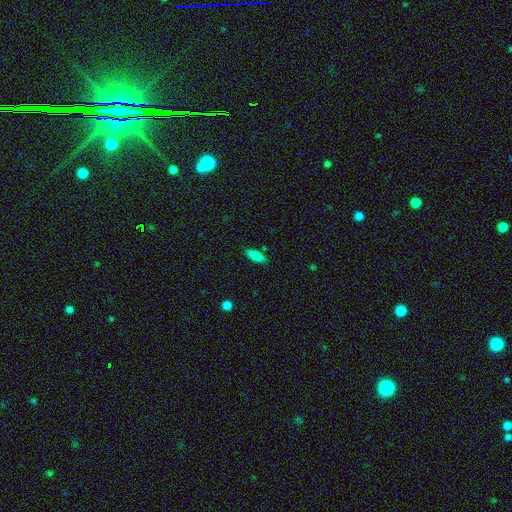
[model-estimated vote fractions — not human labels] smooth-or-featured: smooth: 82% | featured or disk: 10% | star or artifact: 8%
  how-rounded: in between: 65% | cigar-shaped: 33% | round: 2%
  merging: none: 85% | minor disturbance: 11% | major disturbance: 2% | merger: 2%